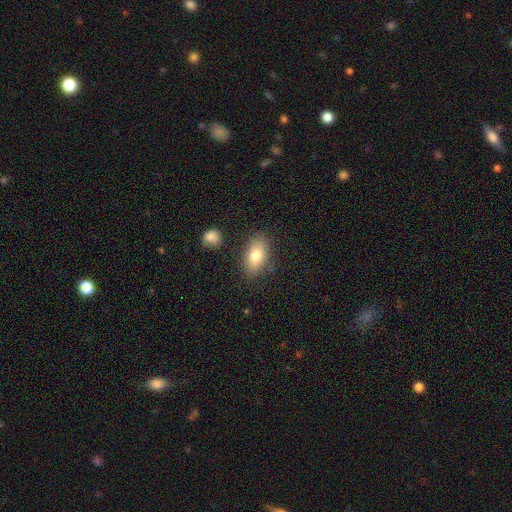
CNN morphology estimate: This appears to be a smooth galaxy with no disk features (78%) that is in between round and cigar-shaped (89%). Merging: none (82%).